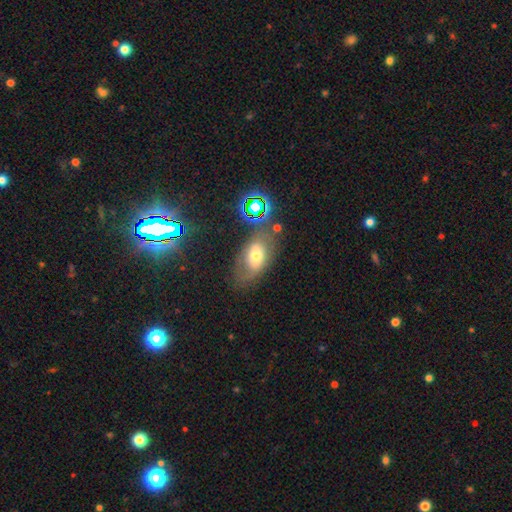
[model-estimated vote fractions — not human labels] Q: Smooth or featured?
A: smooth (51%); runner-up: featured or disk (32%)
Q: How rounded?
A: in between (83%); runner-up: round (15%)
Q: Merging?
A: none (55%); runner-up: minor disturbance (22%)